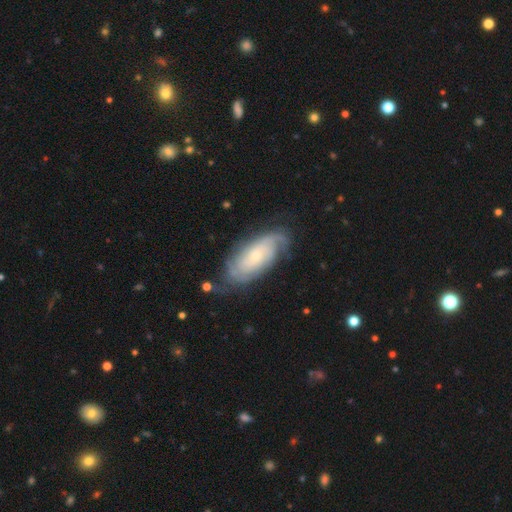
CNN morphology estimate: Smooth or featured? featured or disk (75%)
Edge-on disk? no (92%)
Bar? no (71%)
Spiral arms? yes (93%)
Spiral winding? tight (60%)
Spiral arm count? can't tell (41%)
Bulge size? small (69%)
Merging? none (72%)